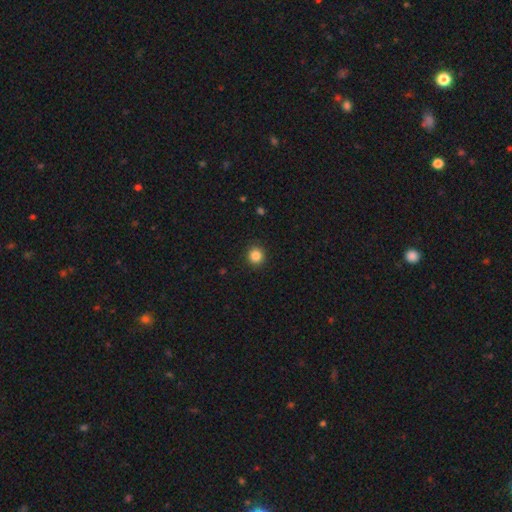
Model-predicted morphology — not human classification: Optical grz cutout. It shows a smooth galaxy with no disk features (85%) that is round (93%). Merging: none (92%).